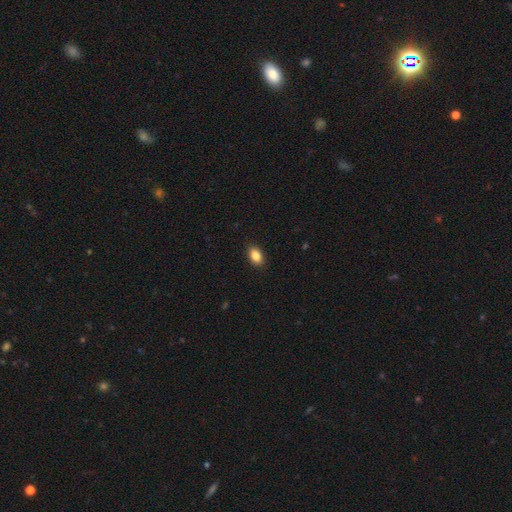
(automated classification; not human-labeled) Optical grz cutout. It shows a smooth galaxy with no disk features (86%) that is in between round and cigar-shaped (88%). Merging: none (89%).